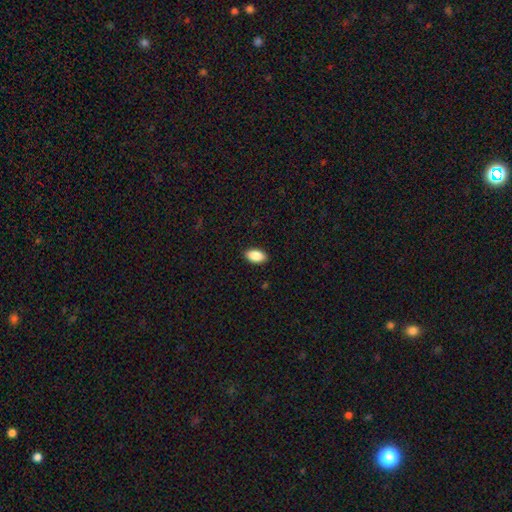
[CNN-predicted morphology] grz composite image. It shows a smooth galaxy with no disk features (89%) that is in between round and cigar-shaped (94%). Merging: none (90%).